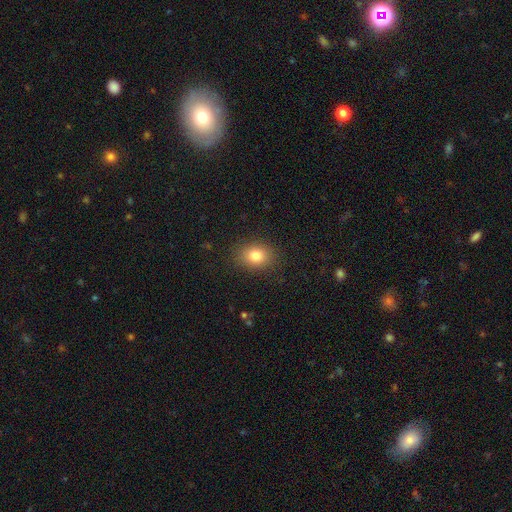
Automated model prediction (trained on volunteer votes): A smooth galaxy with no disk features (81%) that is in between round and cigar-shaped (57%). Merging: none (87%).